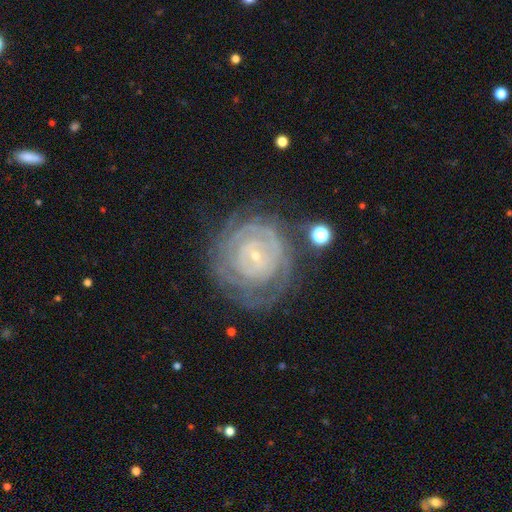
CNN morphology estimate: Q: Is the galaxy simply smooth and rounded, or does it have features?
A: featured or disk — 80%.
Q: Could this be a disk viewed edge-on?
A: no — 97%.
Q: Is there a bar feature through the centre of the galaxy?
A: no — 67%.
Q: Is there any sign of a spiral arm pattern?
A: yes — 87%.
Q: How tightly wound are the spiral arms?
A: tight — 84%.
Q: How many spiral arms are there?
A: can't tell — 47%.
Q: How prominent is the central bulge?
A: small — 88%.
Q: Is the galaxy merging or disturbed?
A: none — 71%.